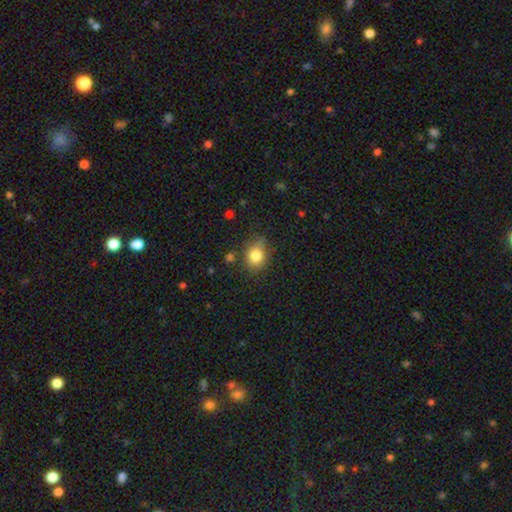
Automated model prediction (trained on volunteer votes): Q: Smooth or featured?
A: smooth (81%); runner-up: star or artifact (10%)
Q: How rounded?
A: round (57%); runner-up: in between (42%)
Q: Merging?
A: none (69%); runner-up: minor disturbance (22%)